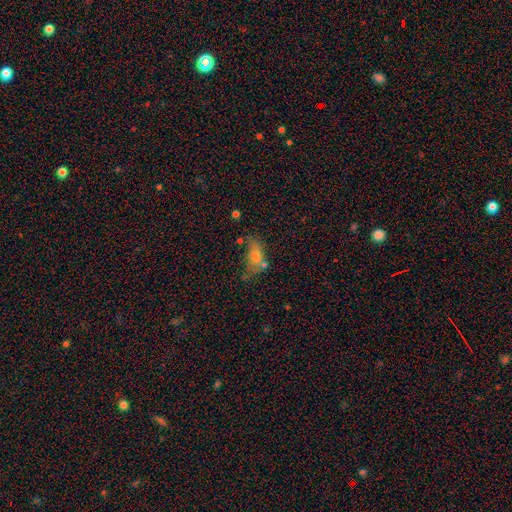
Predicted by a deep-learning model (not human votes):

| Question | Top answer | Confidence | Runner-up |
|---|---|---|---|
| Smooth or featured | smooth | 65% | featured or disk (19%) |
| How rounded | in between | 80% | cigar-shaped (10%) |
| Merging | none | 45% | minor disturbance (23%) |